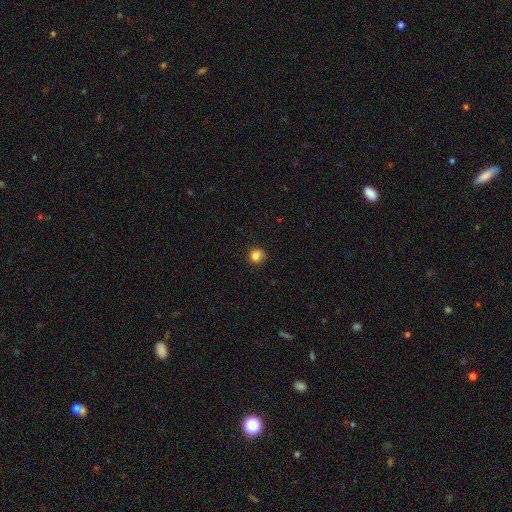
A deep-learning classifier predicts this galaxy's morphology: The model was most divided on "merging": none: 76%, minor disturbance: 18%, major disturbance: 4%, merger: 2%. More confident: smooth or featured — smooth (84%); how rounded — round (82%).